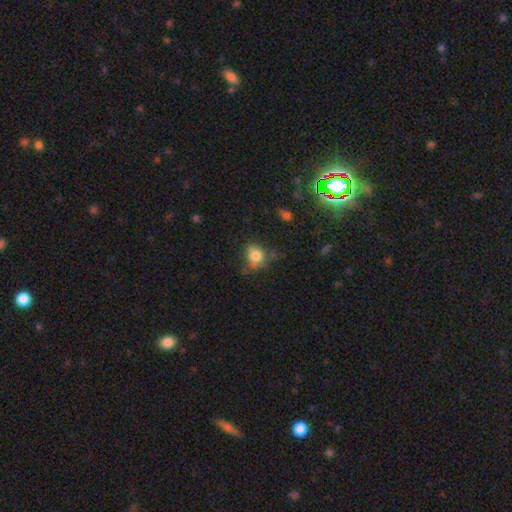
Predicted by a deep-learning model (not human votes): Smooth or featured?
  - smooth: 74% *
  - featured or disk: 14%
  - star or artifact: 12%
How rounded?
  - round: 64% *
  - in between: 35%
  - cigar-shaped: 1%
Merging?
  - none: 50% *
  - minor disturbance: 29%
  - major disturbance: 15%
  - merger: 6%